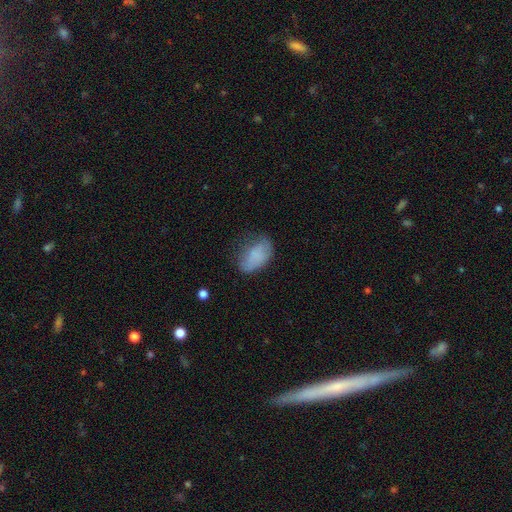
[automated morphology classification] This is likely a smooth galaxy (74%). How rounded: clearly in between (89%). Merging: possibly none (47%).